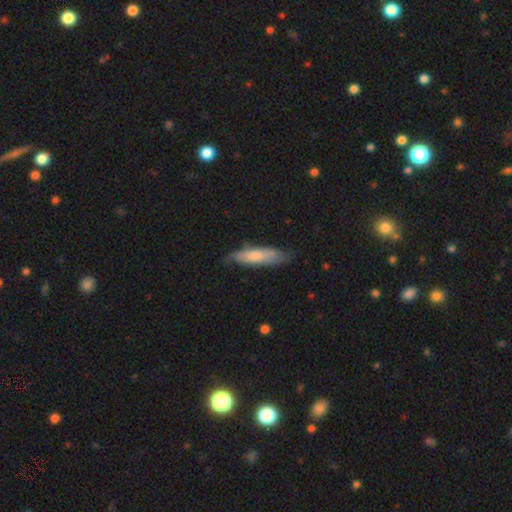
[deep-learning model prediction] Smooth or featured? smooth (68%)
How rounded? cigar-shaped (66%)
Merging? none (67%)